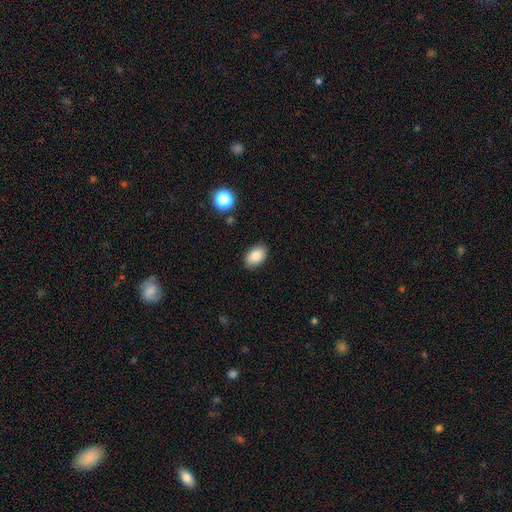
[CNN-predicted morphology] smooth 85%, star or artifact 8%, featured or disk 7%. Down the decision tree: how rounded — in between (88%); merging — none (88%).